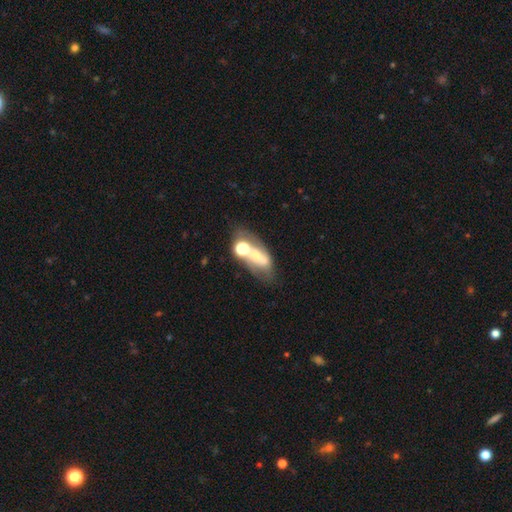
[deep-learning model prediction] Smooth or featured? Predicted: featured or disk (p=0.46). Merging? Predicted: none (p=0.33, tied with merger).